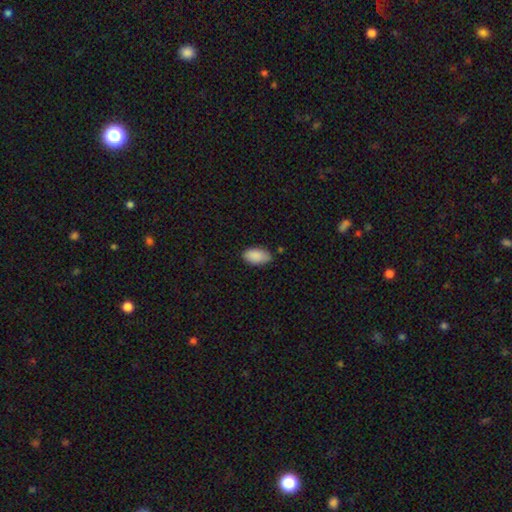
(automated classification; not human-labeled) smooth_or_featured: smooth (p=0.89) [alt: star or artifact p=0.07]
how_rounded: in between (p=0.95) [alt: round p=0.03]
merging: none (p=0.74) [alt: minor disturbance p=0.21]